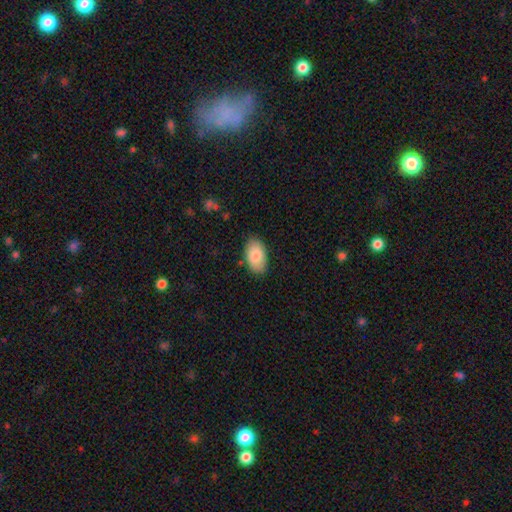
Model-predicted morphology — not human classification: Smooth or featured?
  - smooth: 84% *
  - featured or disk: 10%
  - star or artifact: 6%
How rounded?
  - in between: 94% *
  - round: 5%
  - cigar-shaped: 1%
Merging?
  - none: 85% *
  - minor disturbance: 12%
  - major disturbance: 2%
  - merger: 1%